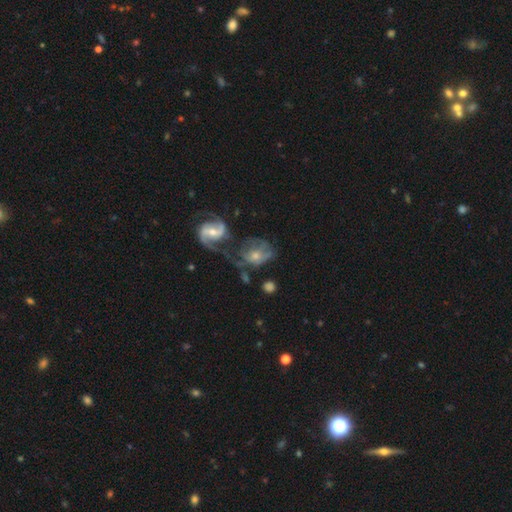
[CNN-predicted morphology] This appears to be a featured or disk galaxy (66%) with no bar (59%), spiral arms (76%) and a moderate central bulge (52%). Merging: merger (33%).